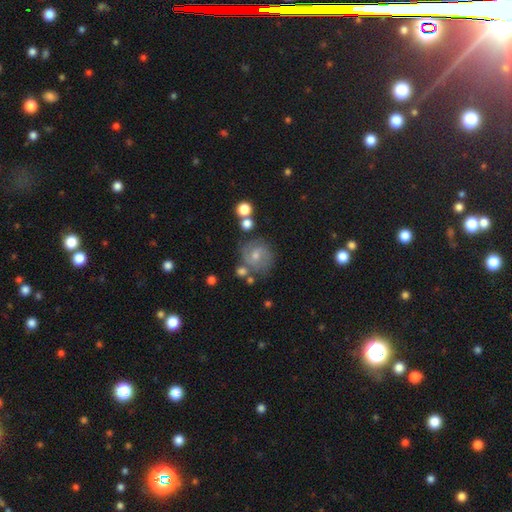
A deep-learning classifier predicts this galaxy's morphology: The model was most divided on "bar": weak: 46%, no: 45%, strong: 9%. More confident: edge-on disk — no (97%); spiral arms — yes (85%); merging — none (65%); smooth or featured — featured or disk (56%); bulge size — moderate (52%).